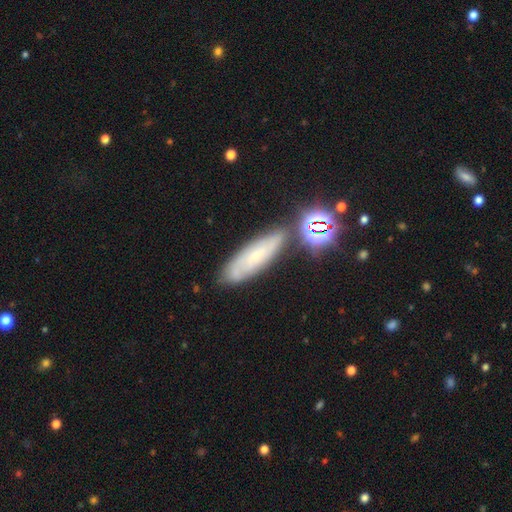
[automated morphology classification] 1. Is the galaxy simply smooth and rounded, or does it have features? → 44% featured or disk, 39% smooth, 16% star or artifact.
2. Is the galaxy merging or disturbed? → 71% none, 16% minor disturbance, 8% merger, 4% major disturbance.